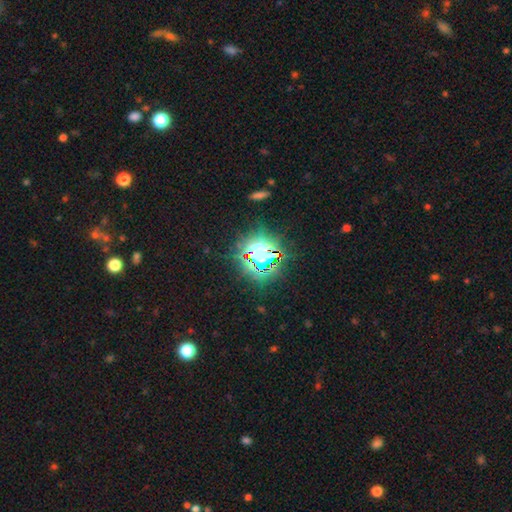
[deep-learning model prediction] Overall: star or artifact (72%).